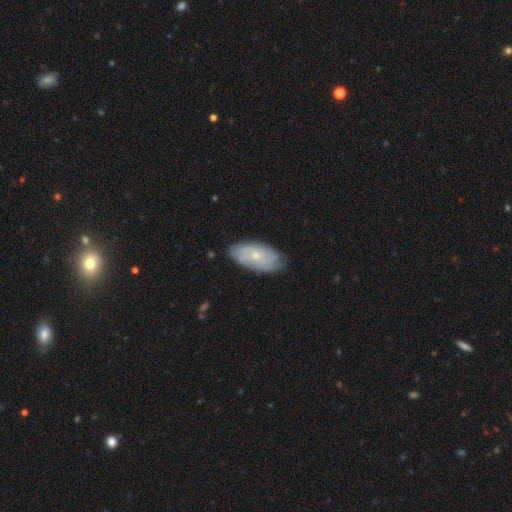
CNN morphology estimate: The model was most divided on "smooth or featured": featured or disk: 51%, smooth: 43%, star or artifact: 7%. More confident: edge-on disk — no (91%); merging — none (77%).